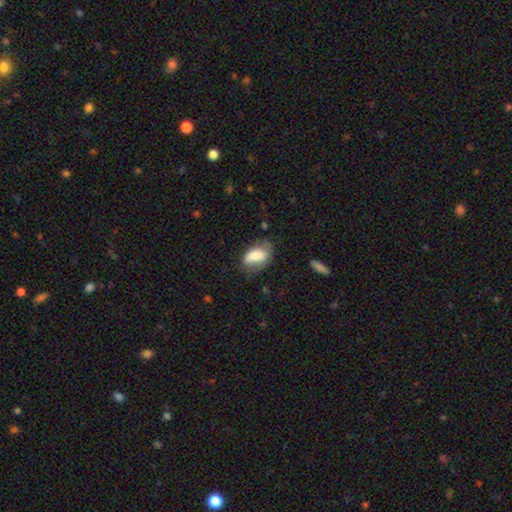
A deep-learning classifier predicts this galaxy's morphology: This is likely a smooth galaxy (74%). How rounded: clearly in between (89%). Merging: possibly none (58%).